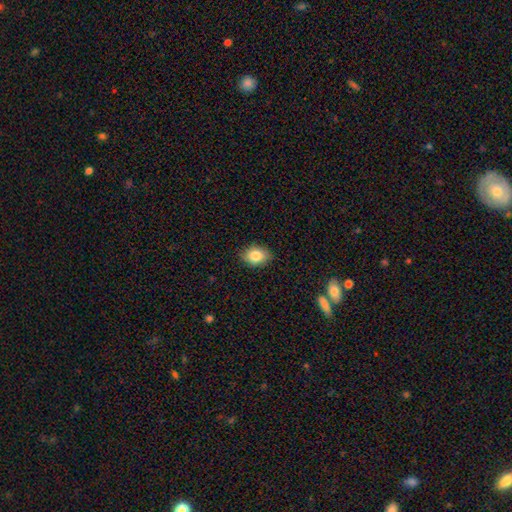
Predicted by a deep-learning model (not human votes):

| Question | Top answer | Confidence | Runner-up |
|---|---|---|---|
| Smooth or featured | smooth | 84% | star or artifact (8%) |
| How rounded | in between | 73% | round (26%) |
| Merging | none | 86% | minor disturbance (11%) |